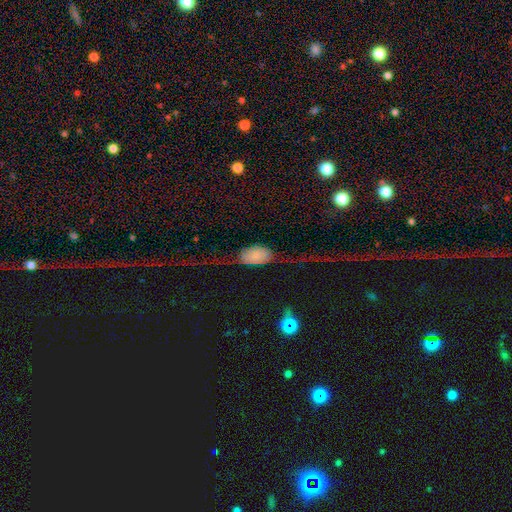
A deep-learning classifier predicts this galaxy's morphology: This is possibly a smooth galaxy (59%). How rounded: clearly in between (90%). Merging: marginally none (42%).